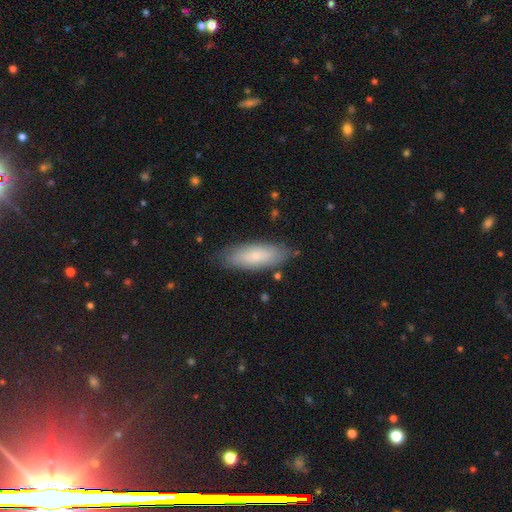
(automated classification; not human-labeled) Q: Smooth or featured?
A: smooth (68%); runner-up: featured or disk (25%)
Q: How rounded?
A: in between (67%); runner-up: cigar-shaped (31%)
Q: Merging?
A: none (83%); runner-up: minor disturbance (13%)